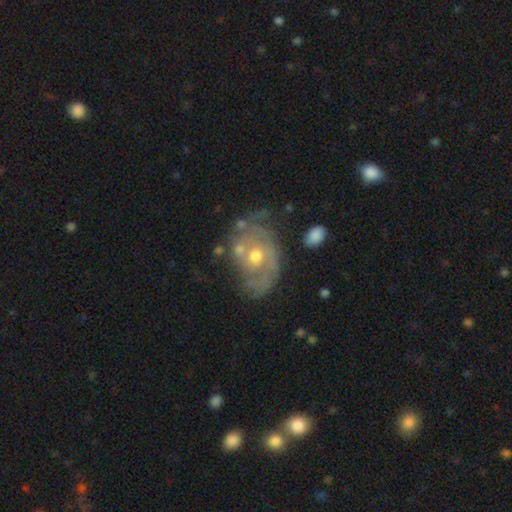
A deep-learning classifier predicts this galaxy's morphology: This appears to be a featured or disk galaxy (79%) with no bar (74%), 2 (48%) tight (49%) spiral arms (81%) and a moderate central bulge (65%). Merging: none (56%).